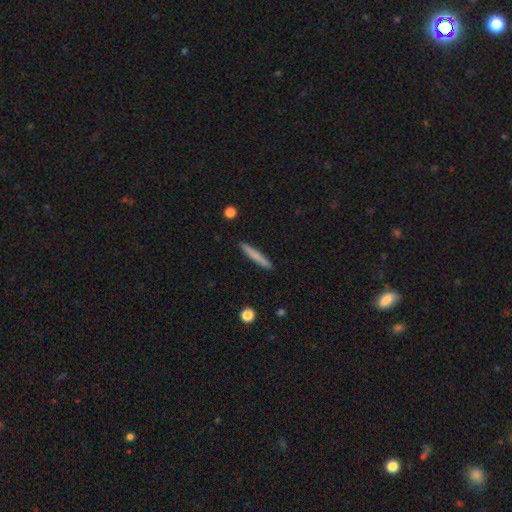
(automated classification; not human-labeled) This is likely a smooth galaxy (76%). How rounded: clearly cigar-shaped (95%). Merging: clearly none (91%).